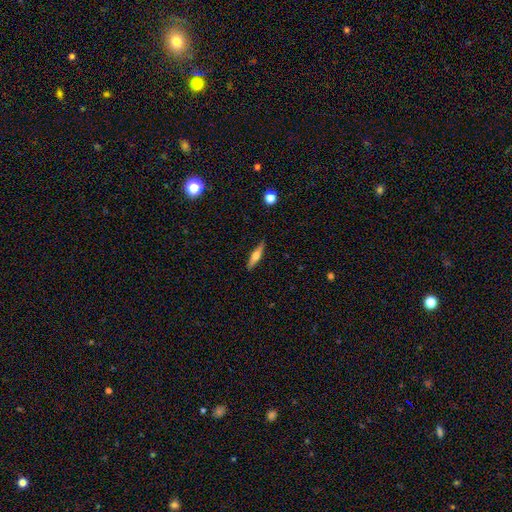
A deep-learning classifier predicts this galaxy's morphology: Q: Smooth or featured?
A: smooth (50%); runner-up: featured or disk (44%)
Q: Merging?
A: none (87%); runner-up: minor disturbance (10%)